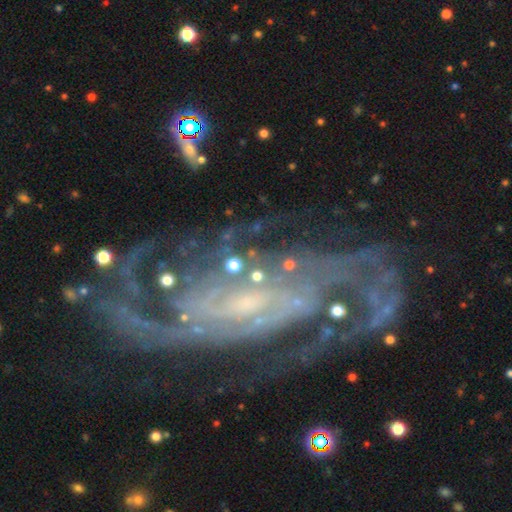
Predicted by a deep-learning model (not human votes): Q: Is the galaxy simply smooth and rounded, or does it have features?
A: featured or disk — 91%.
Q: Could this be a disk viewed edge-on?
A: no — 96%.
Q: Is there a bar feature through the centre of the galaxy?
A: weak — 41%.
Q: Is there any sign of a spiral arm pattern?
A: yes — 98%.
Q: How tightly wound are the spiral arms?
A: medium — 47%.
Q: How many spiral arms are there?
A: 2 — 56%.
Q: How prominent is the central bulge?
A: small — 63%.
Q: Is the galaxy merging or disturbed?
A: none — 61%.